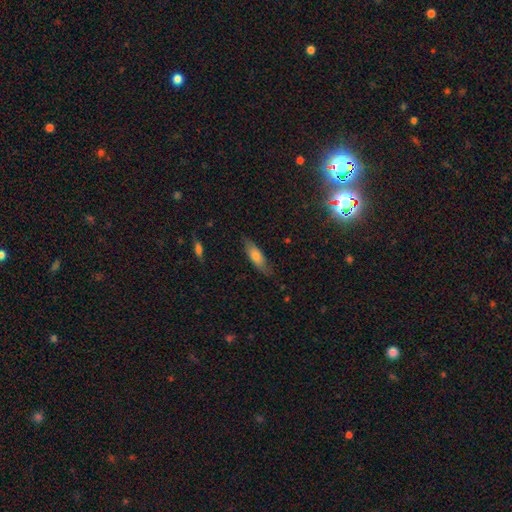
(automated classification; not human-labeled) Q: Smooth or featured?
A: smooth (68%); runner-up: featured or disk (25%)
Q: How rounded?
A: in between (53%); runner-up: cigar-shaped (45%)
Q: Merging?
A: none (78%); runner-up: minor disturbance (17%)